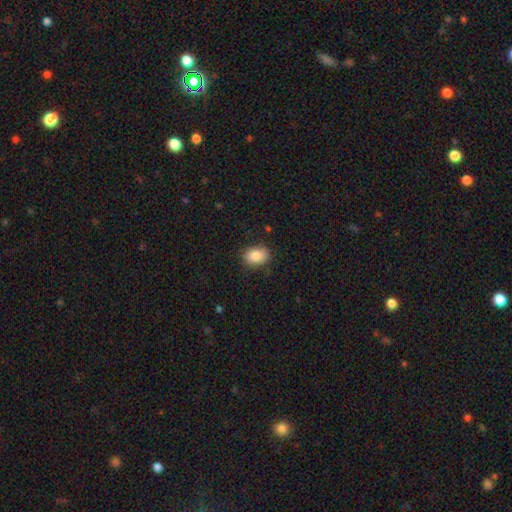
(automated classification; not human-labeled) smooth 87%, star or artifact 8%, featured or disk 6%. Down the decision tree: how rounded — in between (77%); merging — none (84%).